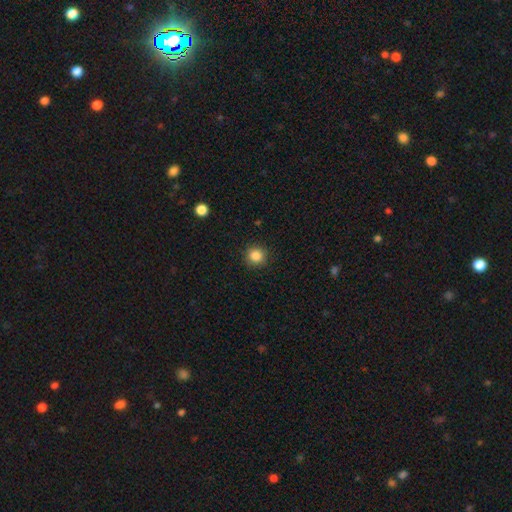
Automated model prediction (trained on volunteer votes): Smooth or featured? Predicted: smooth (p=0.86). How rounded? Predicted: round (p=0.92). Merging? Predicted: none (p=0.90).